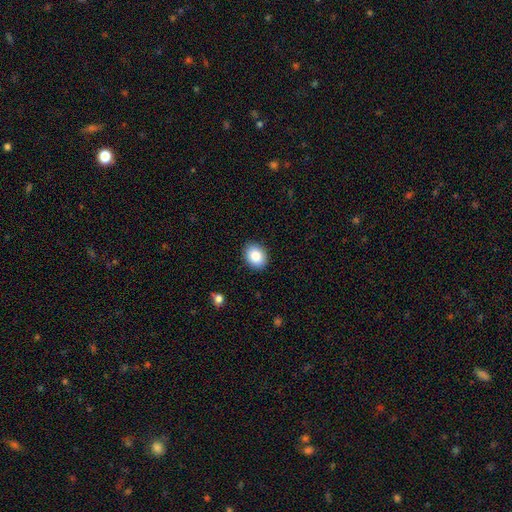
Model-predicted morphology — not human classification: A smooth galaxy with no disk features (87%) that is in between round and cigar-shaped (61%). Merging: none (90%).